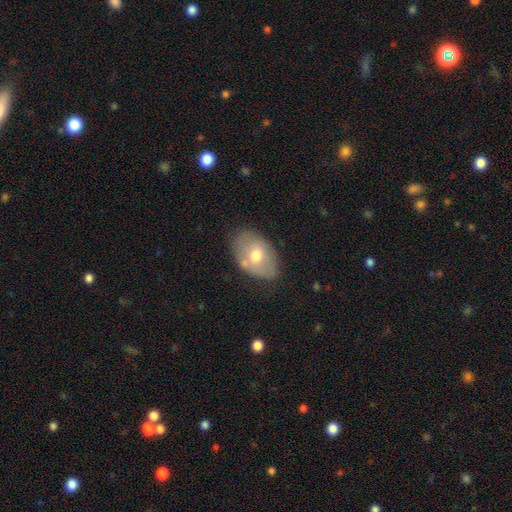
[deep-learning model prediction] Smooth or featured? Predicted: smooth (p=0.58). How rounded? Predicted: in between (p=0.87). Merging? Predicted: none (p=0.70).